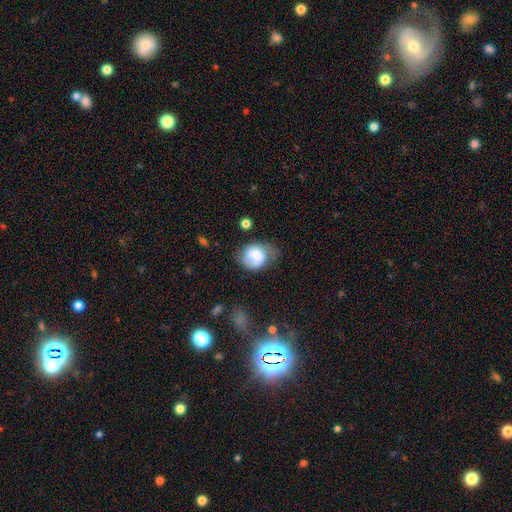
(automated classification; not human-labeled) This is possibly a smooth galaxy (58%). How rounded: possibly round (52%). Merging: possibly none (46%).